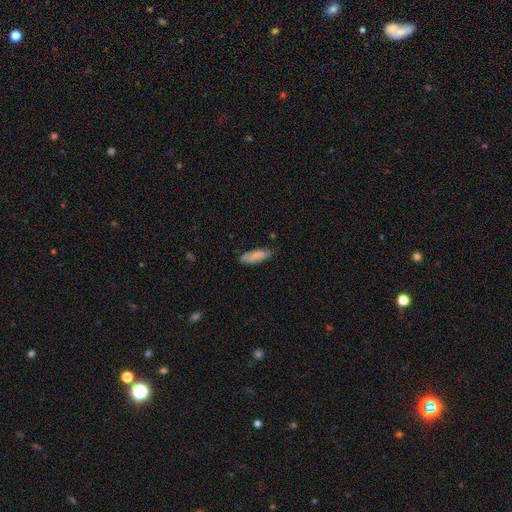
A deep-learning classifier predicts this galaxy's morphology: smooth-or-featured: smooth: 80% | featured or disk: 13% | star or artifact: 7%
  how-rounded: in between: 61% | cigar-shaped: 38% | round: 2%
  merging: none: 68% | minor disturbance: 26% | major disturbance: 5% | merger: 2%